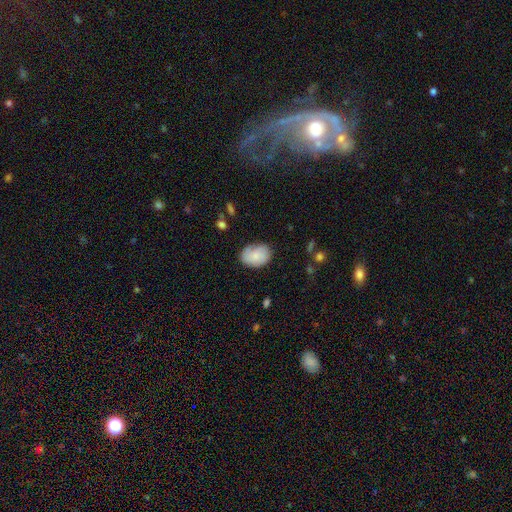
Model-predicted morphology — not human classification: Smooth or featured? Predicted: smooth (p=0.72). How rounded? Predicted: in between (p=0.77). Merging? Predicted: none (p=0.66).